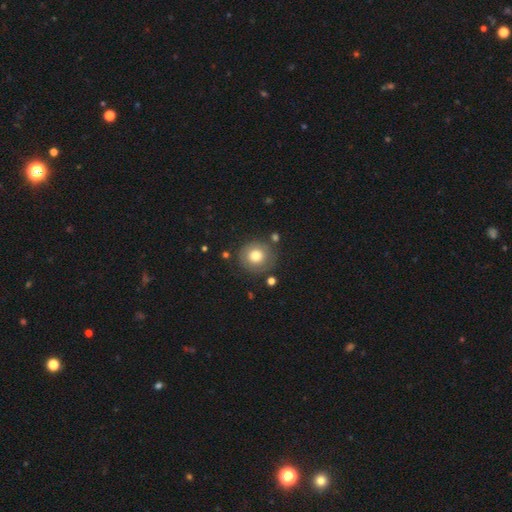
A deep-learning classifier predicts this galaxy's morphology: Overall: smooth (73%). How rounded: round (92%). Merging: none (82%).